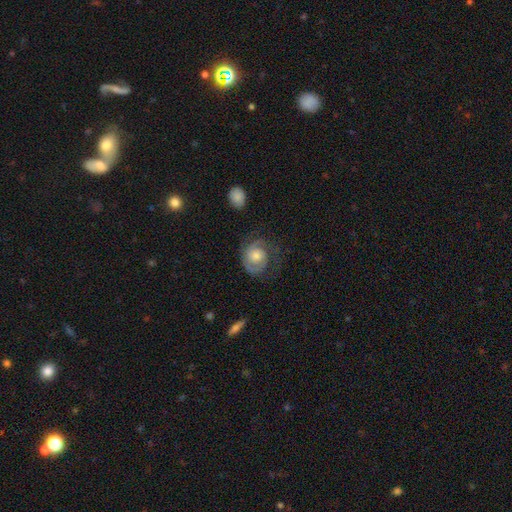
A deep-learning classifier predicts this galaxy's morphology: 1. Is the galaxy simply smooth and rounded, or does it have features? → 73% featured or disk, 20% smooth, 7% star or artifact.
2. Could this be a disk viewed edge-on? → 98% no, 2% yes.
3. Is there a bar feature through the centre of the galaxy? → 74% no, 22% weak, 4% strong.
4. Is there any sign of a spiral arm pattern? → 93% yes, 7% no.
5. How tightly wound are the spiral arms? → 53% tight, 35% medium, 12% loose.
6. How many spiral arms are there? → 55% 2, 26% 1, 12% can't tell, 4% 3, 2% 4, 2% more than 4.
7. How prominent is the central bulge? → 52% moderate, 23% small, 18% large, 4% none, 2% dominant.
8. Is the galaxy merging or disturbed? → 62% none, 19% minor disturbance, 18% major disturbance, 2% merger.